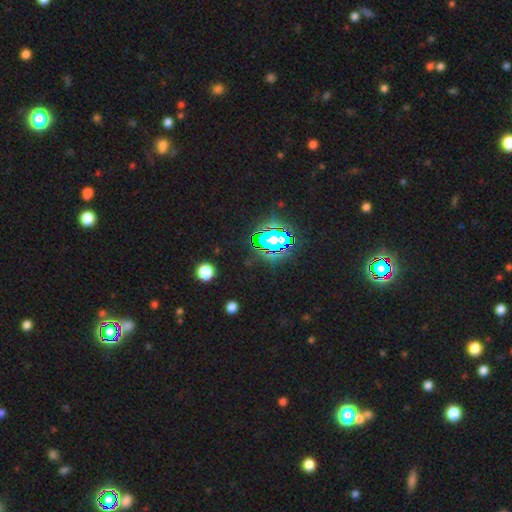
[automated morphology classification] Smooth or featured?
  - star or artifact: 79% *
  - smooth: 13%
  - featured or disk: 8%